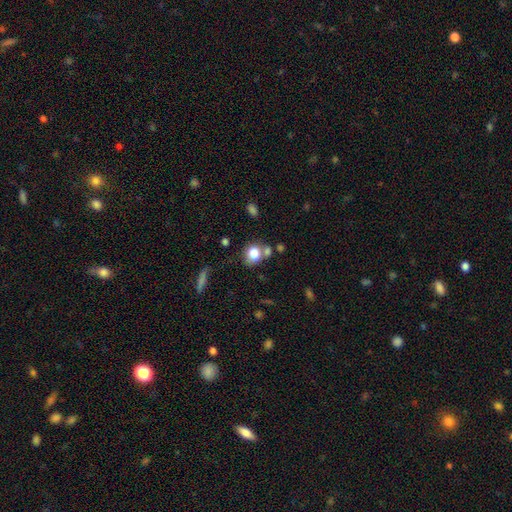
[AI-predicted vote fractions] smooth 70%, star or artifact 19%, featured or disk 11%. Down the decision tree: how rounded — round (77%); merging — none (66%).